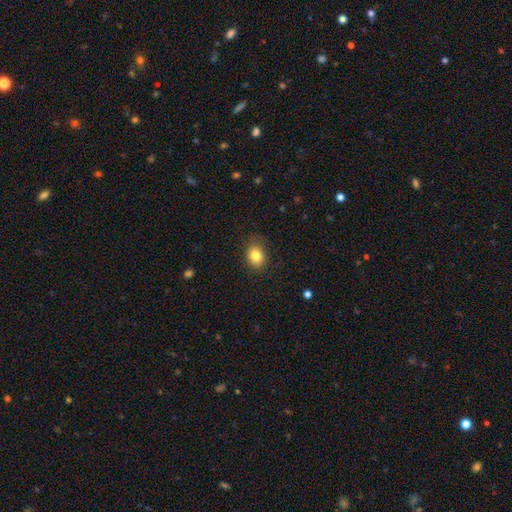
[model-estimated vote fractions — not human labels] smooth 83%, star or artifact 10%, featured or disk 7%. Down the decision tree: how rounded — in between (55%); merging — none (83%).